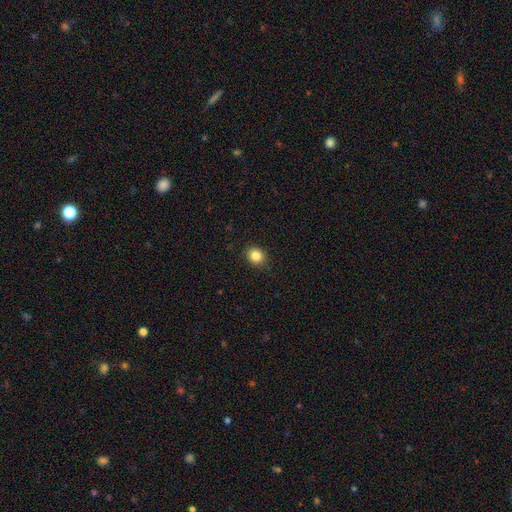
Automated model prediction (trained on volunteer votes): Smooth or featured?
  - smooth: 85% *
  - star or artifact: 10%
  - featured or disk: 5%
How rounded?
  - round: 67% *
  - in between: 32%
  - cigar-shaped: 1%
Merging?
  - none: 90% *
  - minor disturbance: 8%
  - major disturbance: 2%
  - merger: 1%